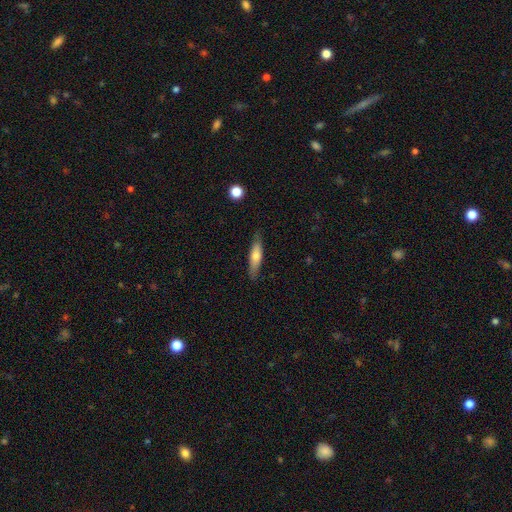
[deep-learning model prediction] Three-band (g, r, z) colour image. It shows a smooth galaxy with no disk features (61%) that is cigar-shaped (72%). Merging: none (84%).